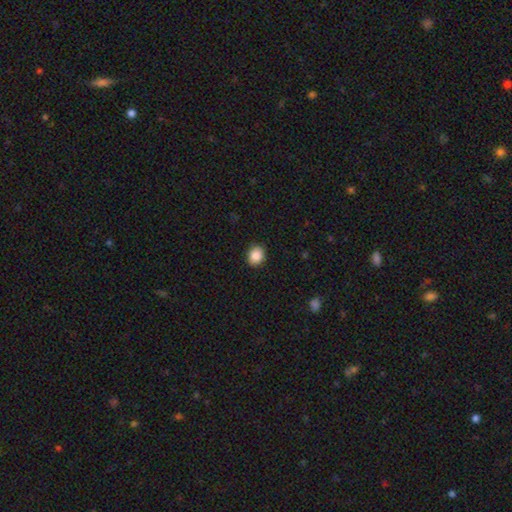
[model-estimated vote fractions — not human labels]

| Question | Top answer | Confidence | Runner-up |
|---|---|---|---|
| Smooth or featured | smooth | 87% | star or artifact (9%) |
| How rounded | round | 63% | in between (36%) |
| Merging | none | 89% | minor disturbance (8%) |